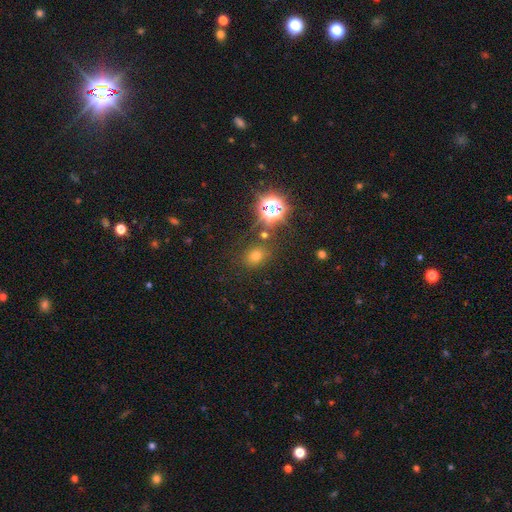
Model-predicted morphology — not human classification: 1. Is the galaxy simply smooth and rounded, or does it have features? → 61% smooth, 31% star or artifact, 9% featured or disk.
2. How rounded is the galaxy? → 54% round, 44% in between, 1% cigar-shaped.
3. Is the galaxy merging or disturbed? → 76% none, 11% minor disturbance, 8% merger, 5% major disturbance.